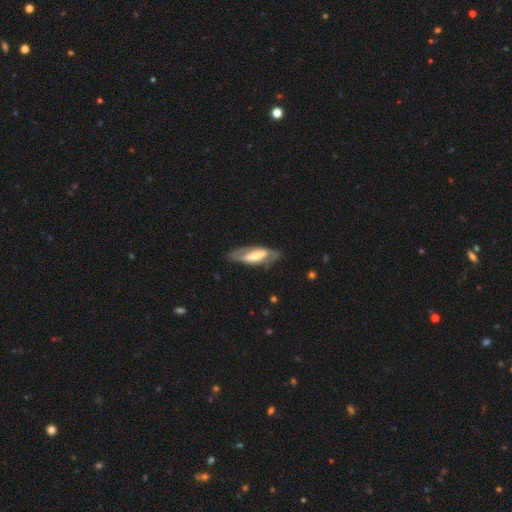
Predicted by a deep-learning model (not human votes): Smooth or featured: featured or disk — 60% (smooth — 34%)
Edge-on disk: no — 73% (yes — 27%)
Merging: none — 69% (minor disturbance — 20%)